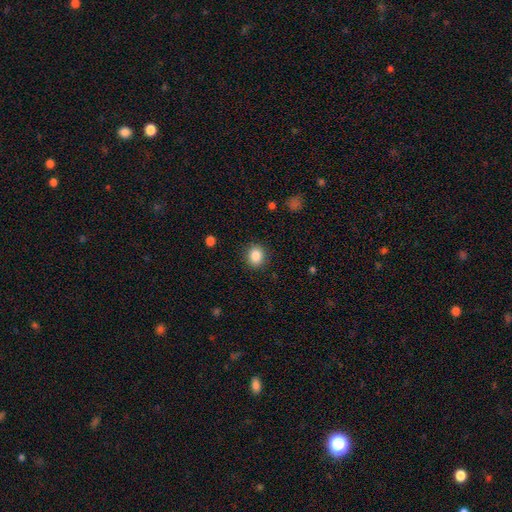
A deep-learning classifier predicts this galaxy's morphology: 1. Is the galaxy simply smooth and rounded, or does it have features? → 86% smooth, 9% star or artifact, 4% featured or disk.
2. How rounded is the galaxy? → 74% round, 25% in between, 1% cigar-shaped.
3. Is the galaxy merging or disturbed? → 89% none, 7% minor disturbance, 3% major disturbance, 1% merger.